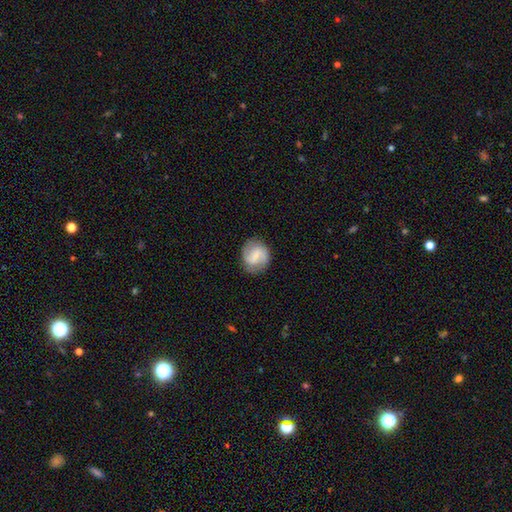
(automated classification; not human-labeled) This is likely a featured or disk galaxy (65%). It is clearly not viewed edge-on (98%). Bar: possibly weak (55%). Spiral arm pattern: clearly yes (92%). Spiral arm count: clearly 2 (87%). Spiral winding: possibly medium (47%). Central bulge: possibly small (46%). Merging: clearly none (82%).